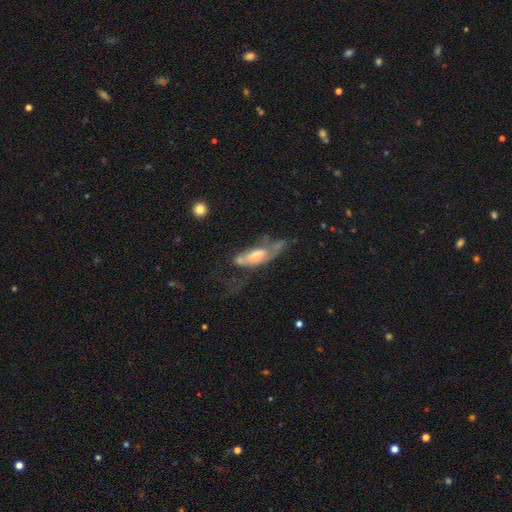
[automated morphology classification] type=featured or disk (53%); edge-on=no (78%); merging=major disturbance (44%).